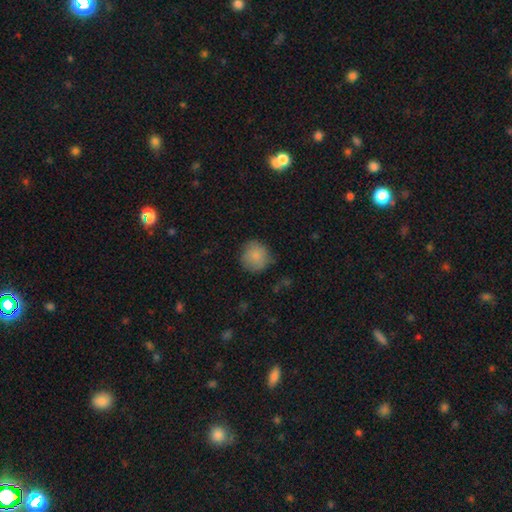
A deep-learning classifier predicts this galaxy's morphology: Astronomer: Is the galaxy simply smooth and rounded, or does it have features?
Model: smooth — 83%.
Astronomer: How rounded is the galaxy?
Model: round — 92%.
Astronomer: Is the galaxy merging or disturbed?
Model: none — 75%.